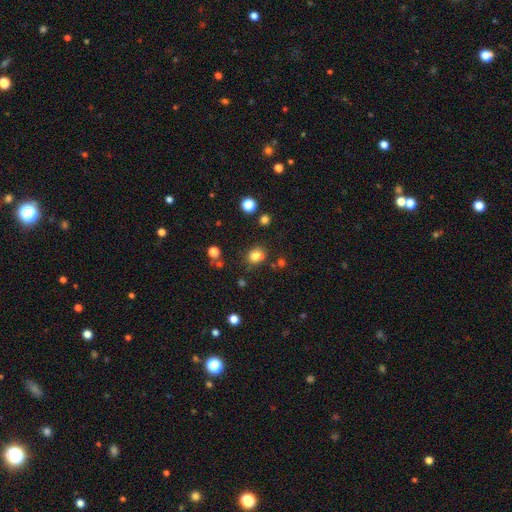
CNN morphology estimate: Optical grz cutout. It shows a smooth galaxy with no disk features (80%) that is round (67%). Merging: none (72%).